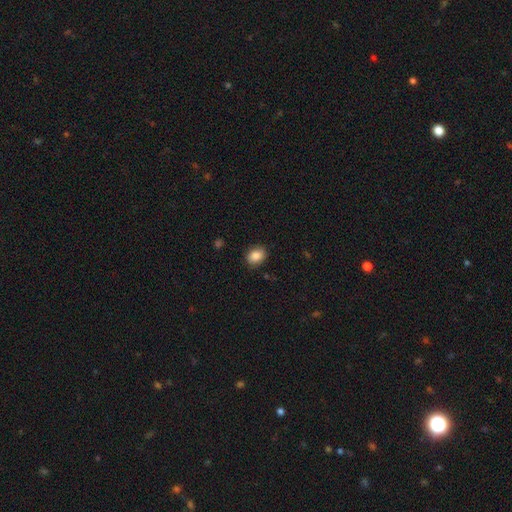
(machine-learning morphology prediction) This appears to be a smooth galaxy with no disk features (87%) that is in between round and cigar-shaped (56%). Merging: none (88%).